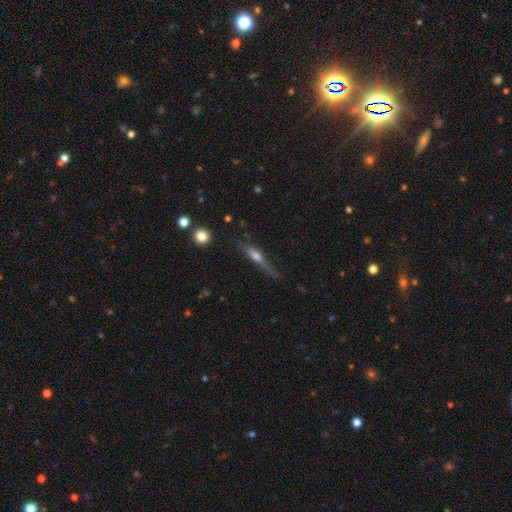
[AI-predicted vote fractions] smooth_or_featured: featured or disk (p=0.51) [alt: smooth p=0.39]
disk_edge_on: yes (p=0.87) [alt: no p=0.13]
merging: none (p=0.54) [alt: minor disturbance p=0.28]